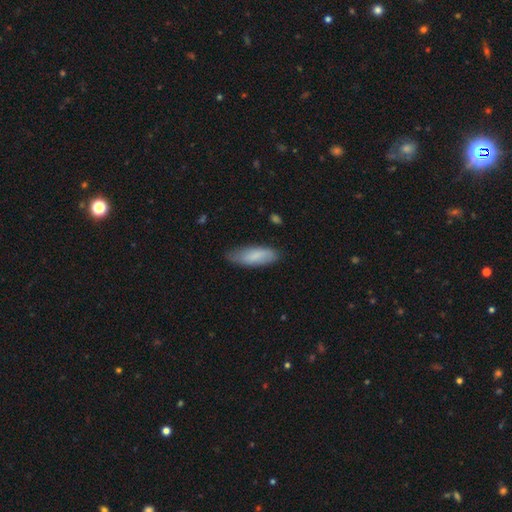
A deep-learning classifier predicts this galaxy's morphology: Smooth or featured: smooth — 80% (featured or disk — 14%)
How rounded: in between — 66% (cigar-shaped — 32%)
Merging: none — 72% (minor disturbance — 22%)